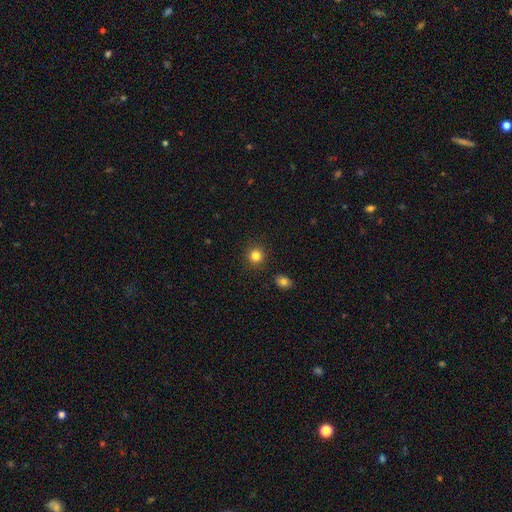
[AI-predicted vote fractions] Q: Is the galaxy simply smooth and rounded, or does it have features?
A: smooth — 84%.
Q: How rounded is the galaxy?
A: round — 92%.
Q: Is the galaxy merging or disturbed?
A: none — 90%.